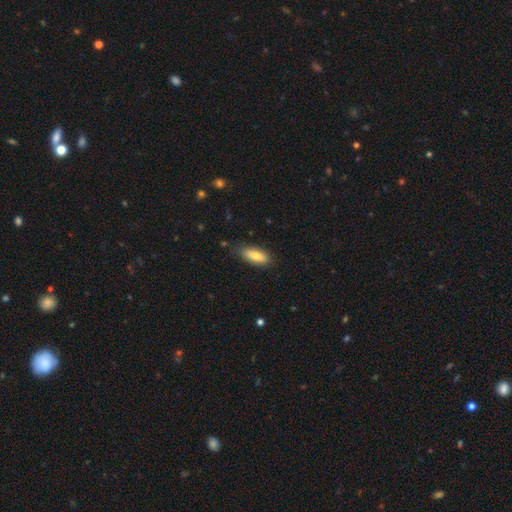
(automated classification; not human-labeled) The model was most divided on "how rounded": in between: 72%, cigar-shaped: 25%, round: 2%. More confident: merging — none (78%); smooth or featured — smooth (75%).